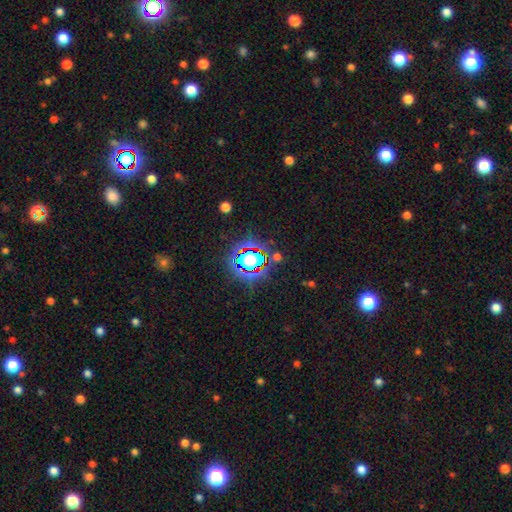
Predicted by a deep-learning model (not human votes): smooth-or-featured: star or artifact: 82% | smooth: 11% | featured or disk: 7%